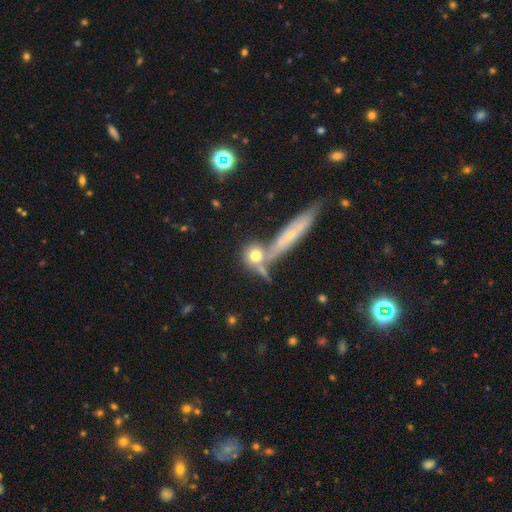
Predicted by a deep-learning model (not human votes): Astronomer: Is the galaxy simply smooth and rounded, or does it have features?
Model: smooth — 67%.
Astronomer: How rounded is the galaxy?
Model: round — 72%.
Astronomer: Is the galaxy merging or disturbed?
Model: none — 54% (runner-up: merger, 30%).